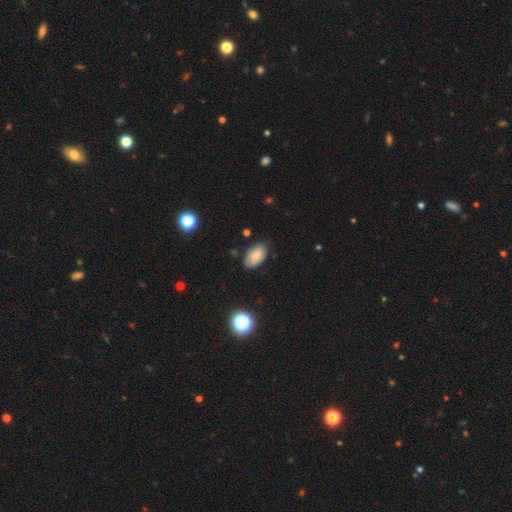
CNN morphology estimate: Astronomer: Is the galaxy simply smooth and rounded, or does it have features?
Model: smooth — 72%.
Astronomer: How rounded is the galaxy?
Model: in between — 93%.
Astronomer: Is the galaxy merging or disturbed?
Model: none — 76%.